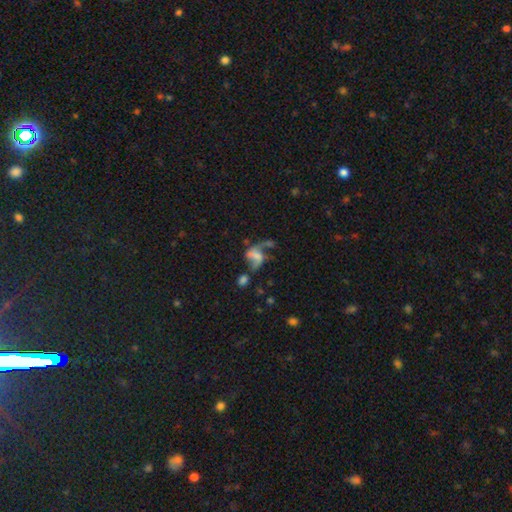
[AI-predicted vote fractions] smooth-or-featured: featured or disk: 59% | smooth: 27% | star or artifact: 14%
  disk-edge-on: no: 97% | yes: 3%
    bar: no: 51% | weak: 35% | strong: 14%
    has-spiral-arms: yes: 71% | no: 29%
    bulge-size: none: 37% | small: 31% | moderate: 23% | large: 7% | dominant: 2%
  merging: major disturbance: 32% | none: 27% | merger: 25% | minor disturbance: 16%